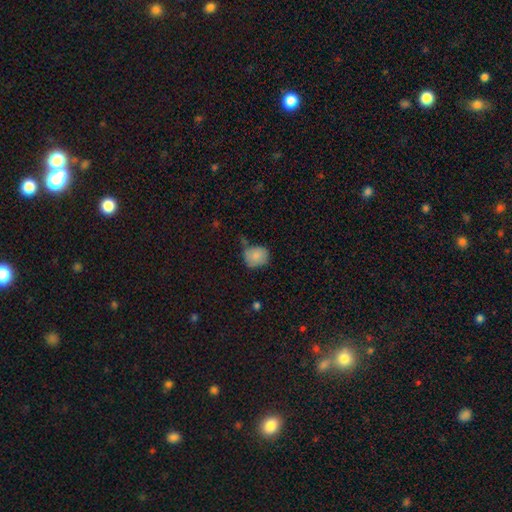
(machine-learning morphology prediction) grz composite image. It shows a smooth galaxy with no disk features (83%) that is round (70%). Merging: none (58%).